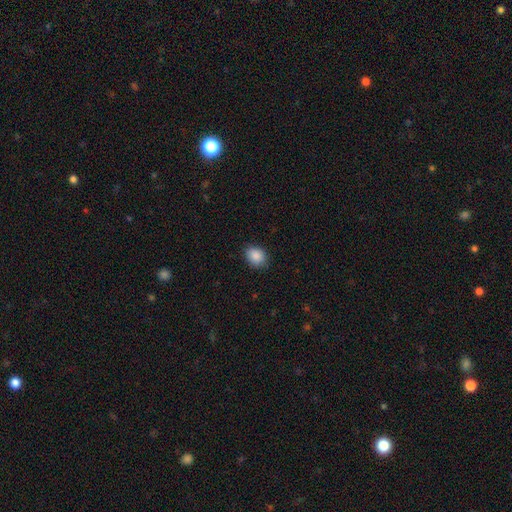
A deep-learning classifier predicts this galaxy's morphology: type=smooth (89%); roundness=in between (55%); merging=none (86%).